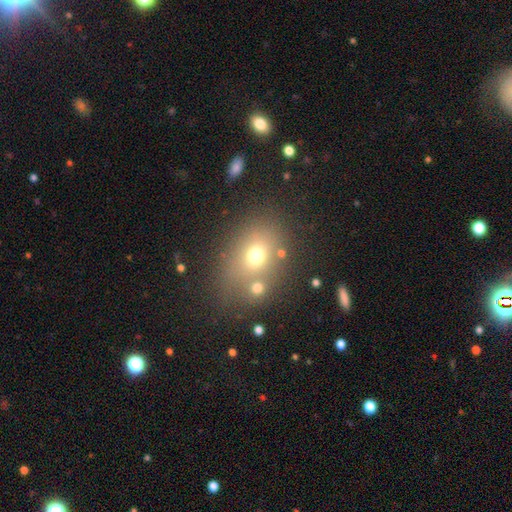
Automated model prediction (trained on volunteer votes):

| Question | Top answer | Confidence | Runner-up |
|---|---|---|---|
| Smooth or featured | smooth | 67% | star or artifact (18%) |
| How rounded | in between | 56% | round (42%) |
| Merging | none | 64% | merger (16%) |